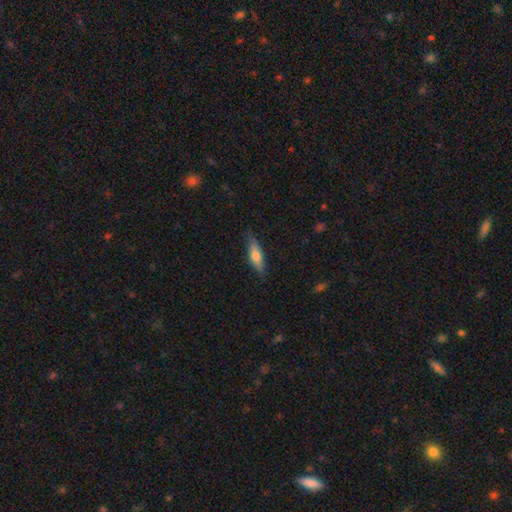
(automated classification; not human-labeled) Smooth or featured? smooth (57%)
How rounded? cigar-shaped (63%)
Merging? none (82%)